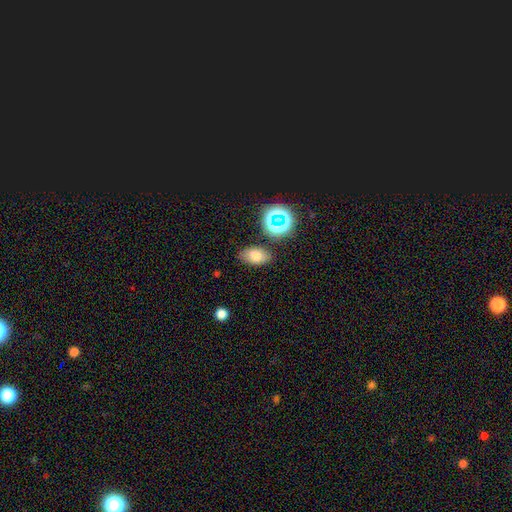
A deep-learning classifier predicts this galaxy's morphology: Smooth or featured? smooth (74%)
How rounded? in between (88%)
Merging? none (80%)